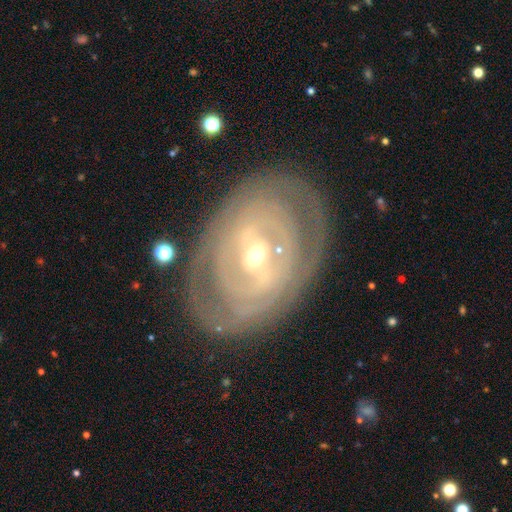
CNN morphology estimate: Smooth or featured? featured or disk (84%)
Edge-on disk? no (95%)
Bar? weak (43%)
Spiral arms? yes (80%)
Spiral winding? tight (78%)
Spiral arm count? can't tell (50%)
Bulge size? small (52%)
Merging? none (78%)